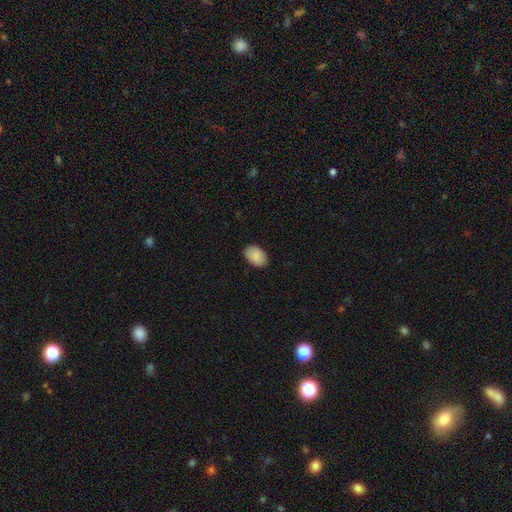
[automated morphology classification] Smooth or featured? smooth (90%)
How rounded? in between (90%)
Merging? none (87%)